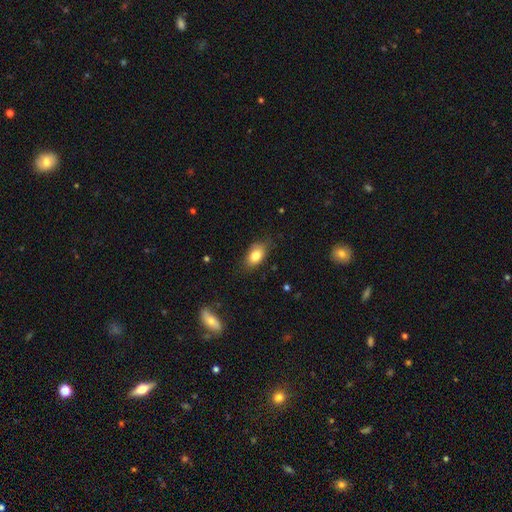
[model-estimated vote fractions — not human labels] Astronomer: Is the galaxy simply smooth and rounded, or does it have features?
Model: smooth — 81%.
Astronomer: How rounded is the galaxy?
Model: in between — 88%.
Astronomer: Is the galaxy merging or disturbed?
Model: none — 75%.